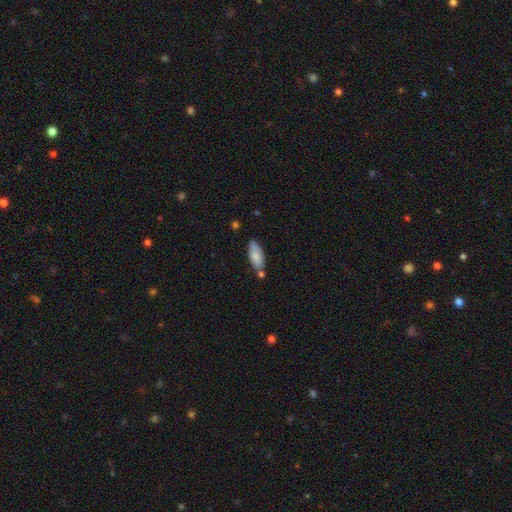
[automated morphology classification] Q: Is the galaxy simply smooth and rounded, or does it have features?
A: smooth — 82%.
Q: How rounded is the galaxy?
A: in between — 78%.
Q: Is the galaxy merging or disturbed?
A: none — 67%.